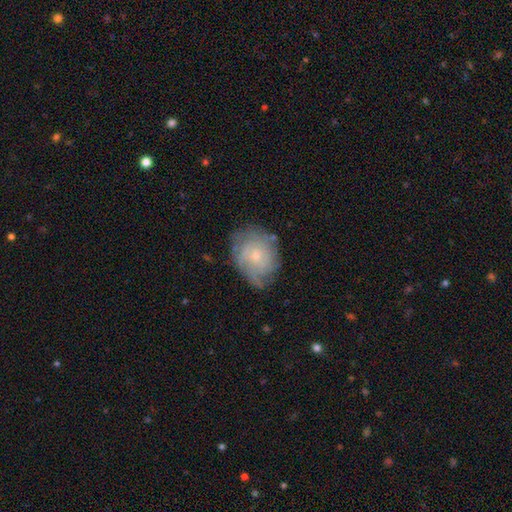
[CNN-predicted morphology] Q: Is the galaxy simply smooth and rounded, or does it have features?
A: featured or disk — 68%.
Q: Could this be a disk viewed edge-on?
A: no — 97%.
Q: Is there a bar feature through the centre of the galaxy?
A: no — 82%.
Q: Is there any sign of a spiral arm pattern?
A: yes — 88%.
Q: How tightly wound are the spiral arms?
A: tight — 60%.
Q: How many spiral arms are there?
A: can't tell — 47%.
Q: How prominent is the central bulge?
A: small — 78%.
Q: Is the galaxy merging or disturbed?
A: none — 68%.